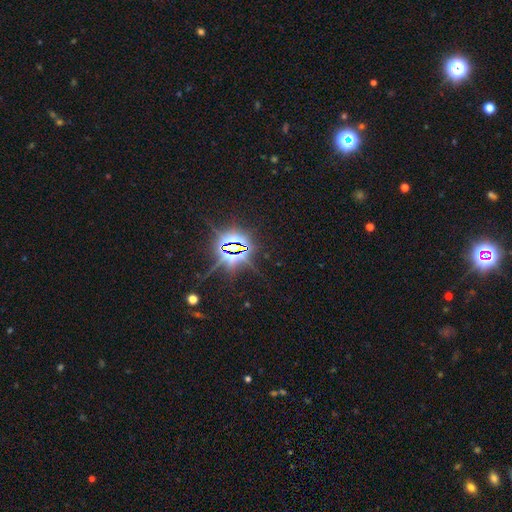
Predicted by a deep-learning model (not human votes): Smooth or featured?
  - star or artifact: 82% *
  - smooth: 11%
  - featured or disk: 6%